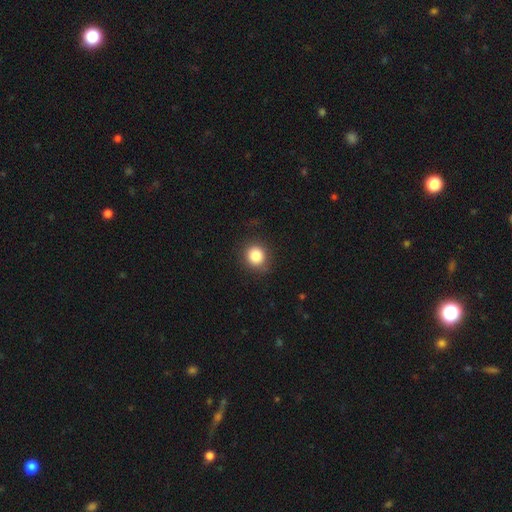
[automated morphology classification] A smooth galaxy with no disk features (85%) that is round (87%). Merging: none (84%).